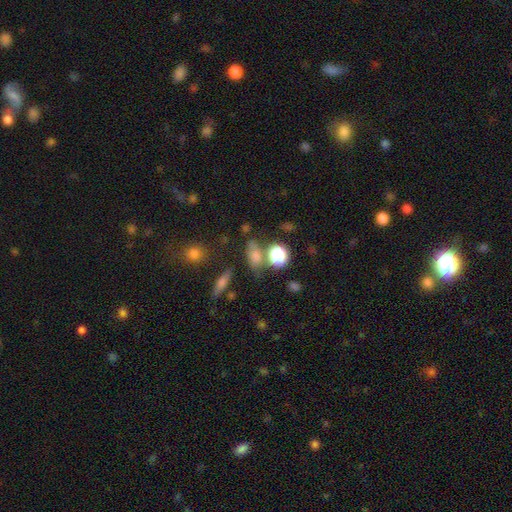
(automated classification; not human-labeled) smooth-or-featured: smooth: 67% | star or artifact: 20% | featured or disk: 13%
  how-rounded: in between: 55% | round: 38% | cigar-shaped: 7%
  merging: none: 60% | merger: 18% | minor disturbance: 15% | major disturbance: 7%